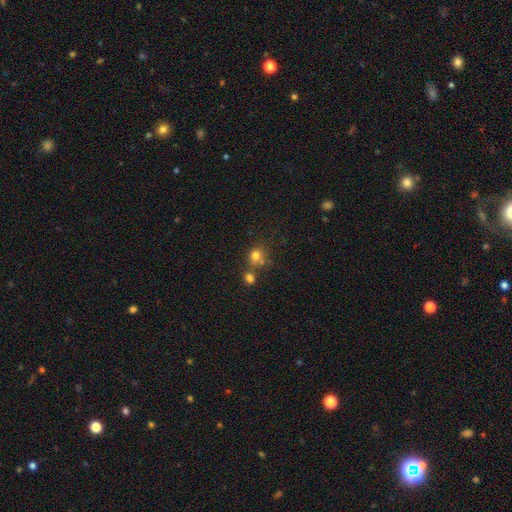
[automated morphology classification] smooth 76%, star or artifact 15%, featured or disk 8%. Down the decision tree: how rounded — round (83%); merging — none (56%).